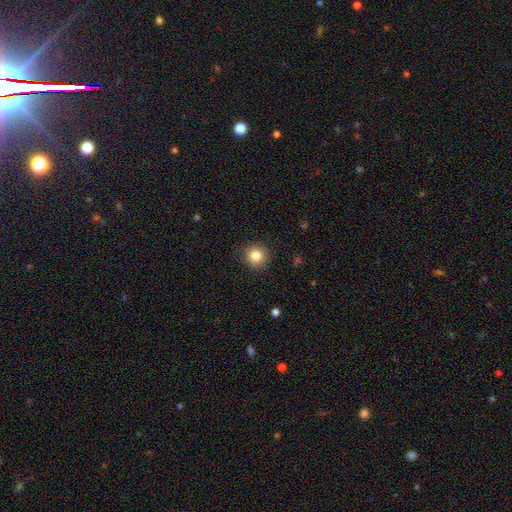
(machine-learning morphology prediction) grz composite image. It shows a smooth galaxy with no disk features (84%) that is round (93%). Merging: none (90%).